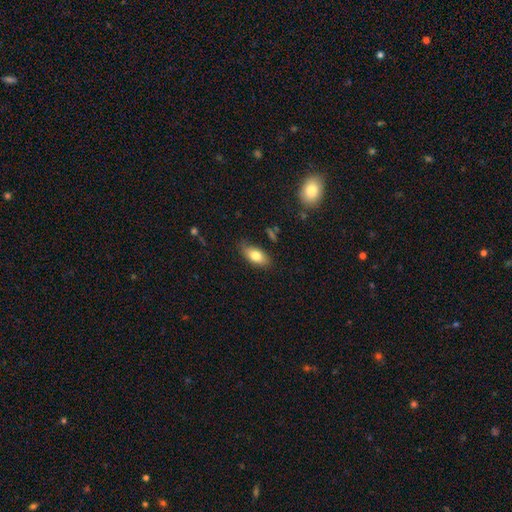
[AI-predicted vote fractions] Smooth or featured: smooth — 78% (featured or disk — 15%)
How rounded: in between — 88% (cigar-shaped — 8%)
Merging: none — 76% (minor disturbance — 18%)